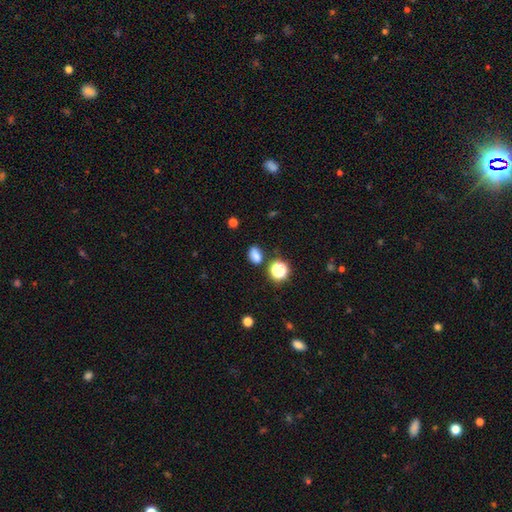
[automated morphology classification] smooth-or-featured: smooth: 77% | star or artifact: 17% | featured or disk: 6%
  how-rounded: in between: 72% | round: 27% | cigar-shaped: 1%
  merging: none: 74% | minor disturbance: 16% | merger: 6% | major disturbance: 5%